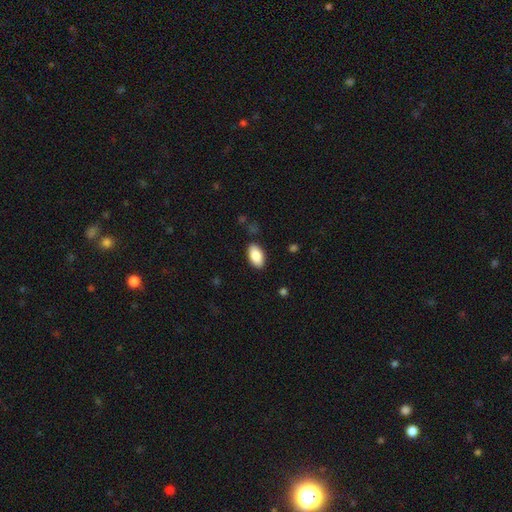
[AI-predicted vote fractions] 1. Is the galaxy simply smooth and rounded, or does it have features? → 87% smooth, 7% featured or disk, 6% star or artifact.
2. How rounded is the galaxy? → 95% in between, 3% round, 2% cigar-shaped.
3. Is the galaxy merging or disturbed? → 87% none, 9% minor disturbance, 2% major disturbance, 1% merger.